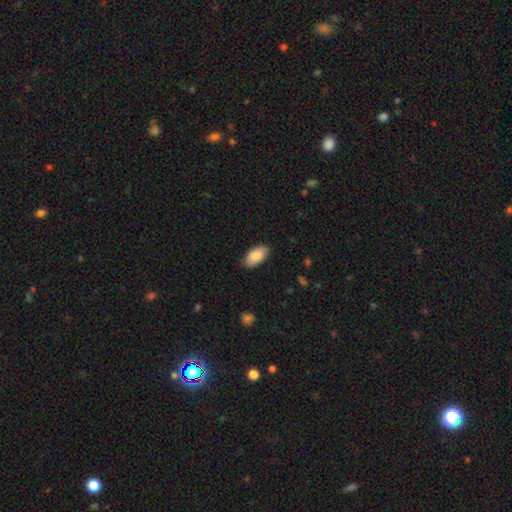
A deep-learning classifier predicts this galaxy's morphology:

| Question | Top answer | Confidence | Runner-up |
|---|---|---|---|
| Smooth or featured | smooth | 87% | featured or disk (7%) |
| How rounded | in between | 94% | cigar-shaped (4%) |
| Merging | none | 85% | minor disturbance (12%) |